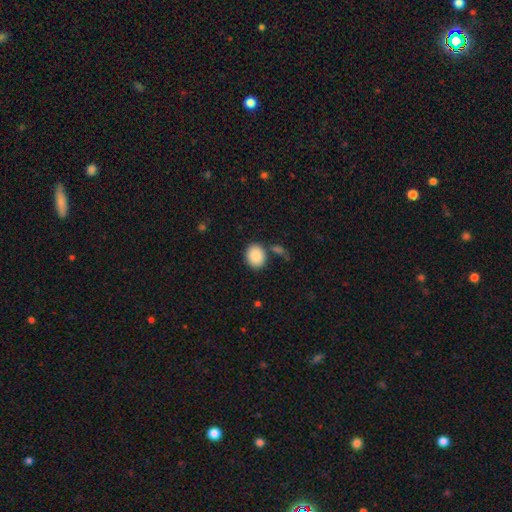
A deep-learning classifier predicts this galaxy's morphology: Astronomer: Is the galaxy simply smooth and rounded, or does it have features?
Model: smooth — 89%.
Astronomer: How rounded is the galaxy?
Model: round — 51% (runner-up: in between, 48%).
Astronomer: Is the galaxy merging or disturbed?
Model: none — 76%.